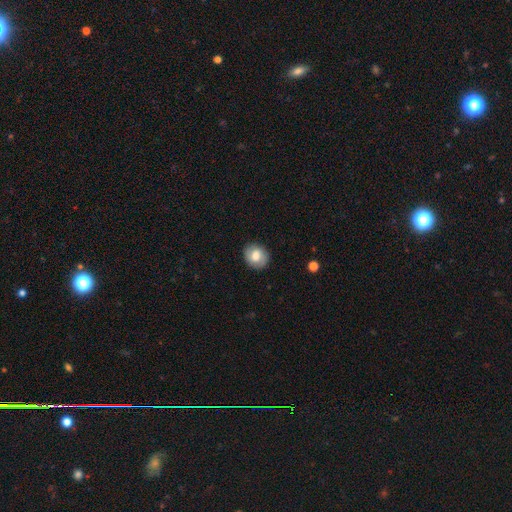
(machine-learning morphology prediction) Smooth or featured?
  - smooth: 75% *
  - featured or disk: 17%
  - star or artifact: 8%
How rounded?
  - round: 70% *
  - in between: 29%
  - cigar-shaped: 1%
Merging?
  - none: 87% *
  - minor disturbance: 9%
  - major disturbance: 2%
  - merger: 1%